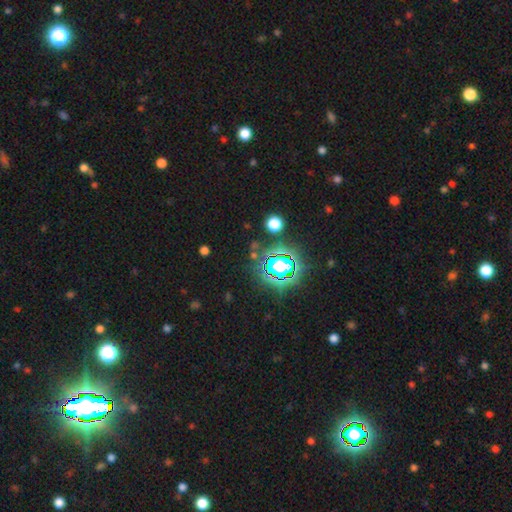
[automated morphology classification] Q: Smooth or featured?
A: star or artifact (71%); runner-up: smooth (20%)